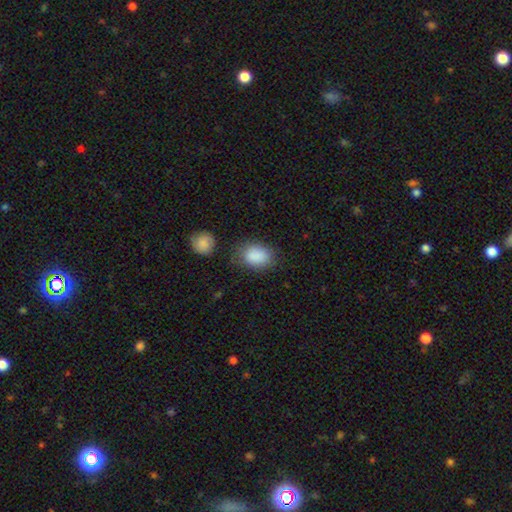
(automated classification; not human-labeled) This is clearly a smooth galaxy (88%). How rounded: likely in between (76%). Merging: likely none (71%).